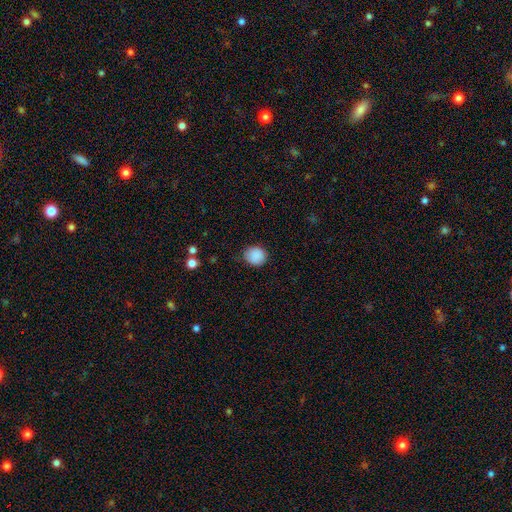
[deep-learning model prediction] Q: Smooth or featured?
A: smooth (88%); runner-up: star or artifact (8%)
Q: How rounded?
A: round (82%); runner-up: in between (17%)
Q: Merging?
A: none (82%); runner-up: minor disturbance (14%)